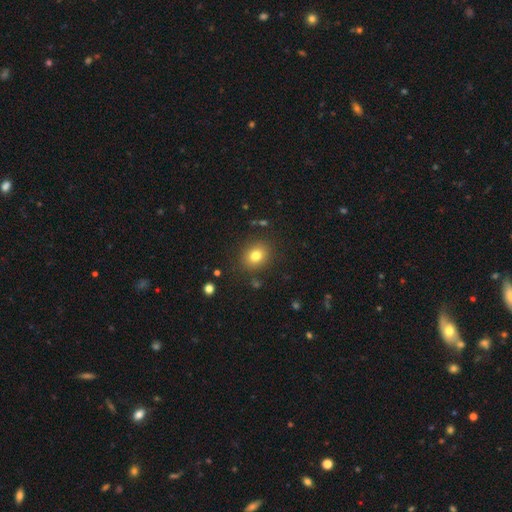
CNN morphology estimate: The model was most divided on "how rounded": round: 62%, in between: 37%, cigar-shaped: 1%. More confident: merging — none (86%); smooth or featured — smooth (79%).